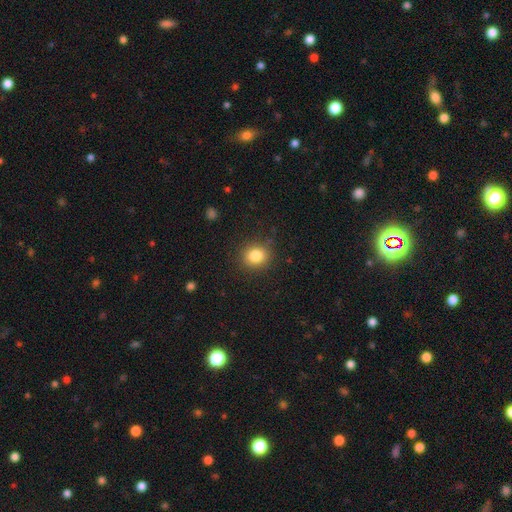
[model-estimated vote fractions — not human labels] The model was most divided on "how rounded": round: 78%, in between: 21%, cigar-shaped: 1%. More confident: merging — none (87%); smooth or featured — smooth (84%).